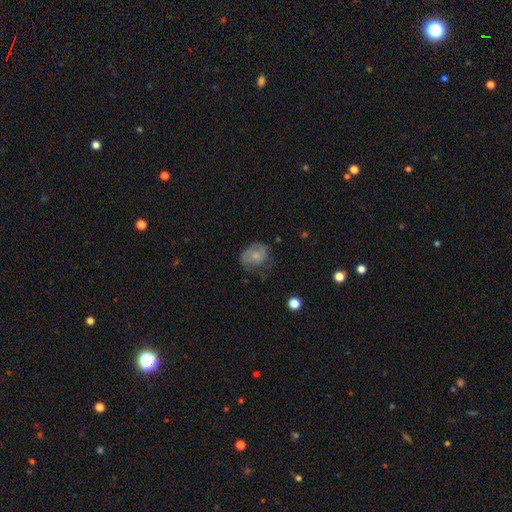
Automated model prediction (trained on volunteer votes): A smooth galaxy with no disk features (57%) that is round (51%).

Vote fractions:
- Smooth or featured? smooth: 57% / featured or disk: 34% / star or artifact: 8%
- How rounded? round: 51% / in between: 47% / cigar-shaped: 1%
- Merging? none: 47% / minor disturbance: 31% / major disturbance: 20% / merger: 2%